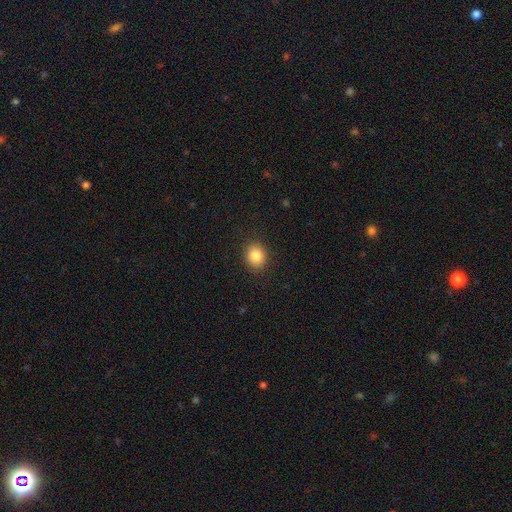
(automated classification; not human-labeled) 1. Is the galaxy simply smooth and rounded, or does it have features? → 85% smooth, 9% star or artifact, 5% featured or disk.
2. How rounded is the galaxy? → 67% round, 33% in between, 1% cigar-shaped.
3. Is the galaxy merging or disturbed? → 89% none, 7% minor disturbance, 2% major disturbance, 1% merger.